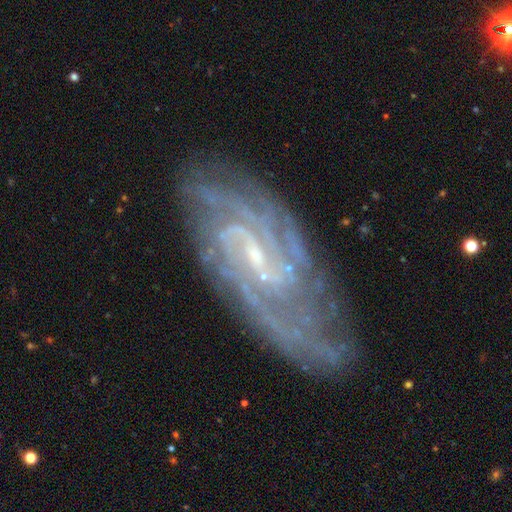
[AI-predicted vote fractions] Q: Smooth or featured?
A: featured or disk (89%); runner-up: star or artifact (6%)
Q: Edge-on disk?
A: no (95%); runner-up: yes (5%)
Q: Bar?
A: weak (53%); runner-up: no (24%)
Q: Spiral arms?
A: yes (97%); runner-up: no (3%)
Q: Spiral winding?
A: tight (55%); runner-up: medium (36%)
Q: Spiral arm count?
A: can't tell (26%); runner-up: 2 (22%)
Q: Bulge size?
A: small (75%); runner-up: moderate (13%)
Q: Merging?
A: none (72%); runner-up: minor disturbance (18%)